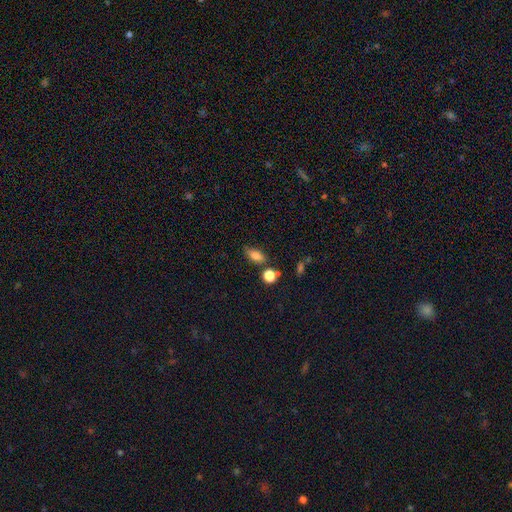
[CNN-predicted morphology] This is clearly a smooth galaxy (81%). How rounded: clearly in between (81%). Merging: likely none (69%).